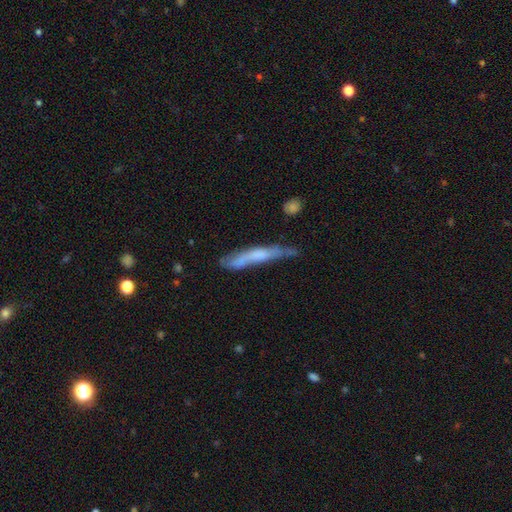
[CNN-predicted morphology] smooth-or-featured: smooth: 49% | featured or disk: 43% | star or artifact: 8%
  merging: none: 49% | minor disturbance: 31% | major disturbance: 13% | merger: 6%